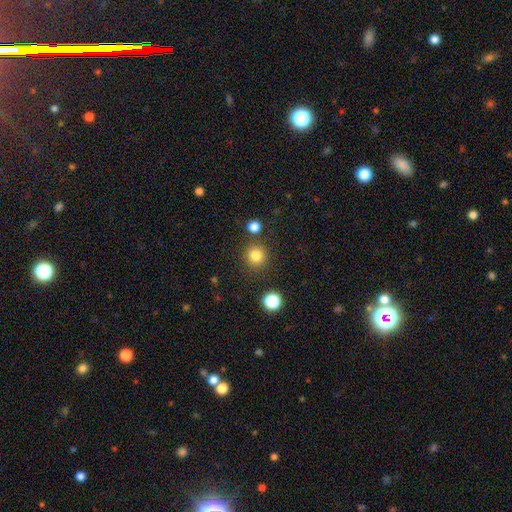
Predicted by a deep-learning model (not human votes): smooth_or_featured: smooth (p=0.82) [alt: star or artifact p=0.13]
how_rounded: round (p=0.94) [alt: in between p=0.05]
merging: none (p=0.86) [alt: minor disturbance p=0.07]